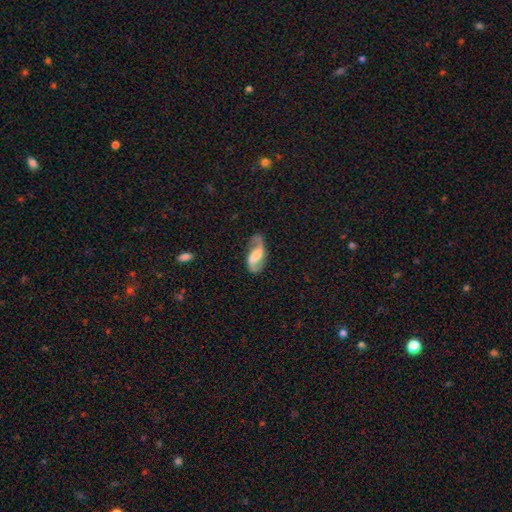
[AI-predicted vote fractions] Q: Smooth or featured?
A: featured or disk (81%); runner-up: smooth (13%)
Q: Edge-on disk?
A: no (96%); runner-up: yes (4%)
Q: Bar?
A: weak (42%); runner-up: strong (40%)
Q: Spiral arms?
A: yes (94%); runner-up: no (6%)
Q: Spiral winding?
A: loose (52%); runner-up: medium (37%)
Q: Spiral arm count?
A: 2 (90%); runner-up: 1 (4%)
Q: Bulge size?
A: moderate (28%); runner-up: none (27%)
Q: Merging?
A: none (73%); runner-up: minor disturbance (17%)